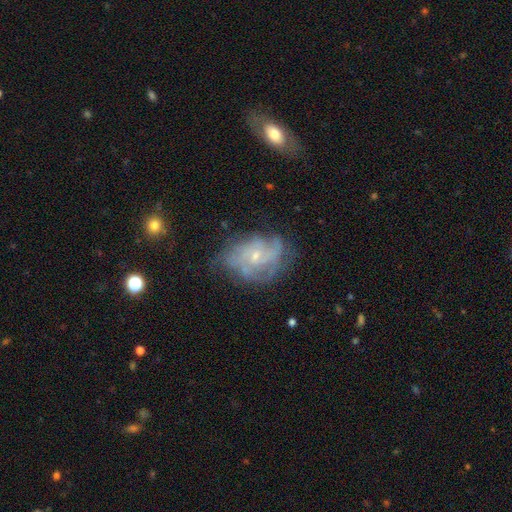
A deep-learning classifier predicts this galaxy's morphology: Smooth or featured? Predicted: featured or disk (p=0.75). Edge-on disk? Predicted: no (p=0.97). Bar? Predicted: no (p=0.71). Spiral arms? Predicted: yes (p=0.85). Spiral winding? Predicted: tight (p=0.41). Spiral arm count? Predicted: can't tell (p=0.41). Bulge size? Predicted: small (p=0.70). Merging? Predicted: none (p=0.56).